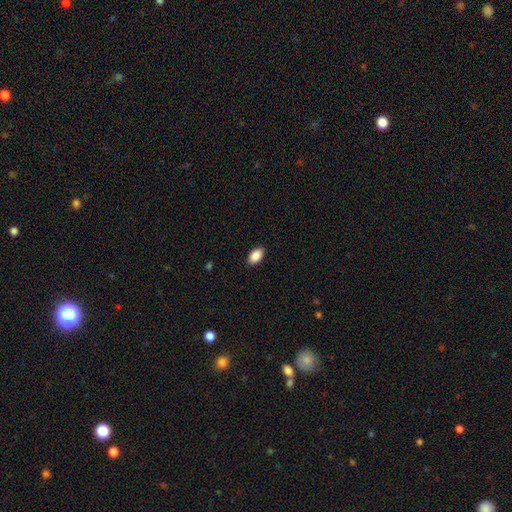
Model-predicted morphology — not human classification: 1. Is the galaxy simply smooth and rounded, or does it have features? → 90% smooth, 7% star or artifact, 3% featured or disk.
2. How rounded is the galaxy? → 92% in between, 7% round, 1% cigar-shaped.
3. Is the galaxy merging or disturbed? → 90% none, 8% minor disturbance, 2% major disturbance, 1% merger.